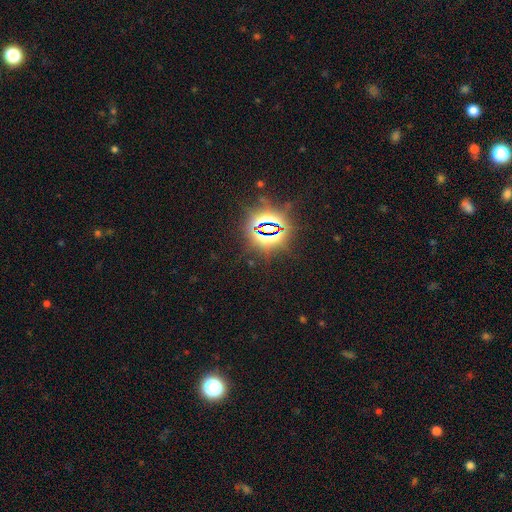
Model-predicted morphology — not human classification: This appears to be a star or artifact, not a galaxy (83%).